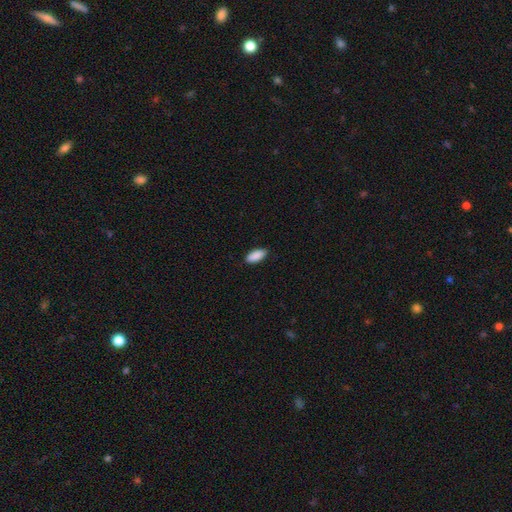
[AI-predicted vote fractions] Smooth or featured?
  - smooth: 90% *
  - star or artifact: 6%
  - featured or disk: 4%
How rounded?
  - in between: 85% *
  - cigar-shaped: 13%
  - round: 2%
Merging?
  - none: 86% *
  - minor disturbance: 11%
  - major disturbance: 2%
  - merger: 1%